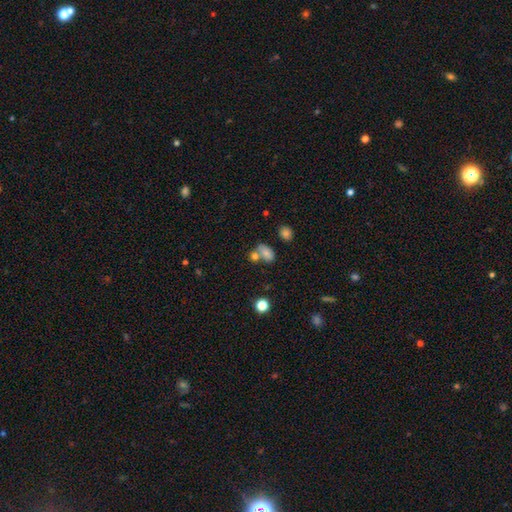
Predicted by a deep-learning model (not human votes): Smooth or featured? smooth (72%)
How rounded? in between (64%)
Merging? merger (43%)